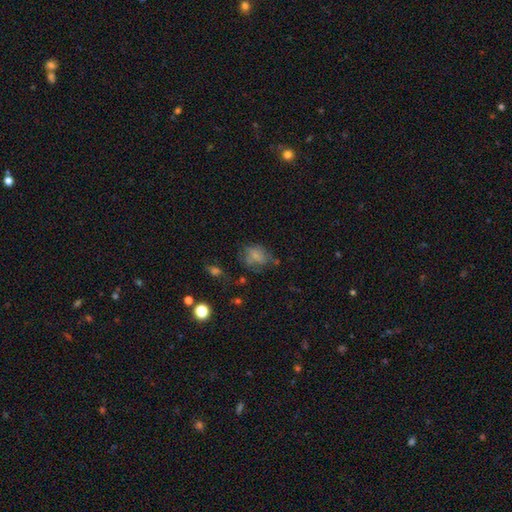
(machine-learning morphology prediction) smooth_or_featured: smooth (p=0.62) [alt: featured or disk p=0.25]
how_rounded: round (p=0.49) [tied with: in between p=0.49]
merging: none (p=0.43) [alt: minor disturbance p=0.26]